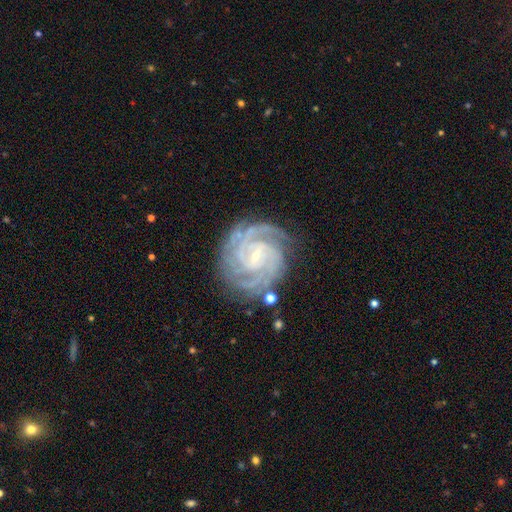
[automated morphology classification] Q: Smooth or featured?
A: featured or disk (92%); runner-up: star or artifact (5%)
Q: Edge-on disk?
A: no (98%); runner-up: yes (2%)
Q: Bar?
A: no (44%); runner-up: weak (38%)
Q: Spiral arms?
A: yes (99%); runner-up: no (1%)
Q: Spiral winding?
A: tight (78%); runner-up: medium (20%)
Q: Spiral arm count?
A: 3 (31%); runner-up: 4 (27%)
Q: Bulge size?
A: small (84%); runner-up: moderate (11%)
Q: Merging?
A: none (79%); runner-up: minor disturbance (14%)